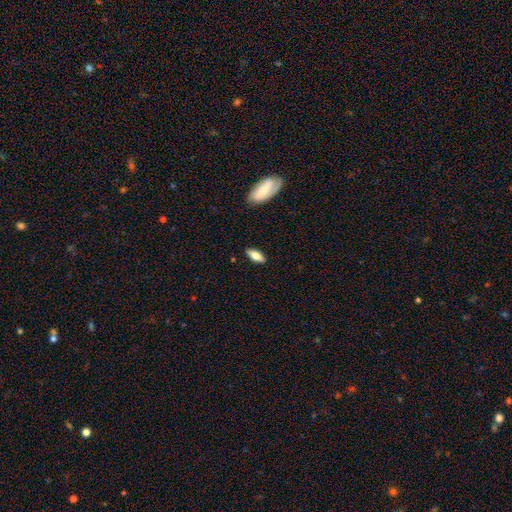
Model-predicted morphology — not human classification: The model was most divided on "smooth or featured": smooth: 68%, featured or disk: 25%, star or artifact: 7%. More confident: merging — none (85%); how rounded — in between (74%).